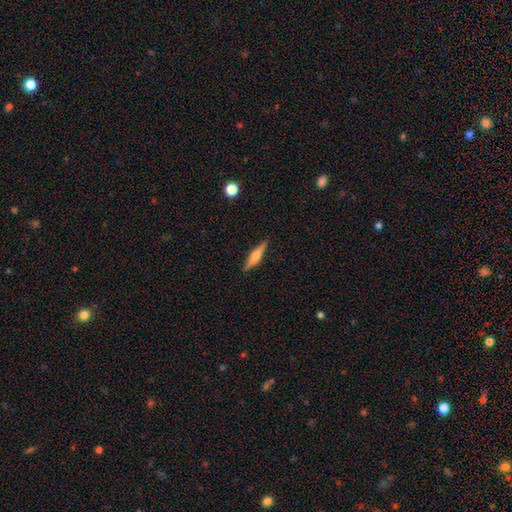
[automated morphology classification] Smooth or featured?
  - featured or disk: 55% *
  - smooth: 39%
  - star or artifact: 6%
Edge-on disk?
  - yes: 96% *
  - no: 4%
Edge-on bulge?
  - rounded: 83% *
  - boxy: 11%
  - none: 6%
Merging?
  - none: 89% *
  - minor disturbance: 8%
  - major disturbance: 2%
  - merger: 1%